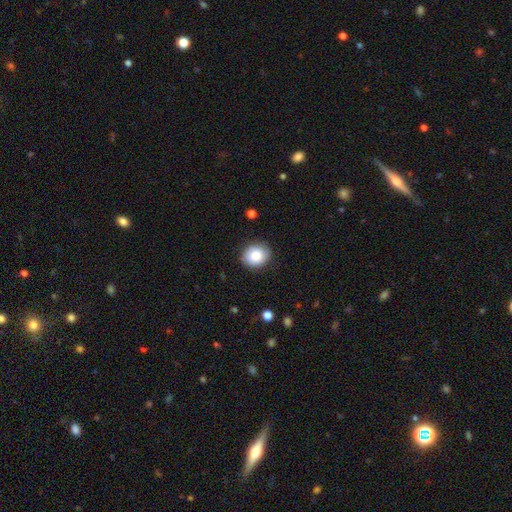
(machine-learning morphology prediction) Smooth or featured: smooth — 83% (featured or disk — 9%)
How rounded: round — 73% (in between — 26%)
Merging: none — 88% (minor disturbance — 9%)